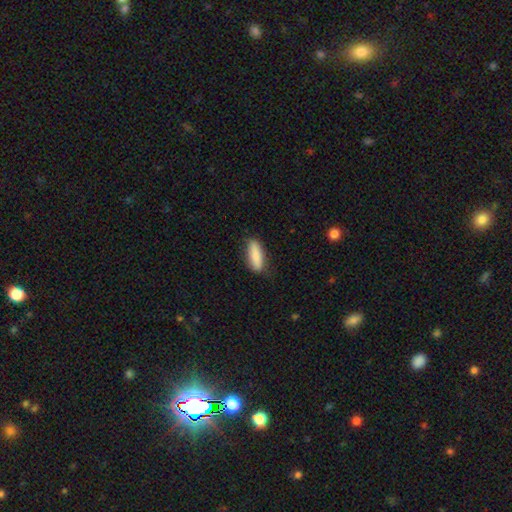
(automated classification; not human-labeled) A smooth galaxy with no disk features (85%) that is in between round and cigar-shaped (55%).

Vote fractions:
- Smooth or featured? smooth: 85% / featured or disk: 9% / star or artifact: 6%
- How rounded? in between: 55% / cigar-shaped: 43% / round: 2%
- Merging? none: 81% / minor disturbance: 15% / major disturbance: 3% / merger: 1%